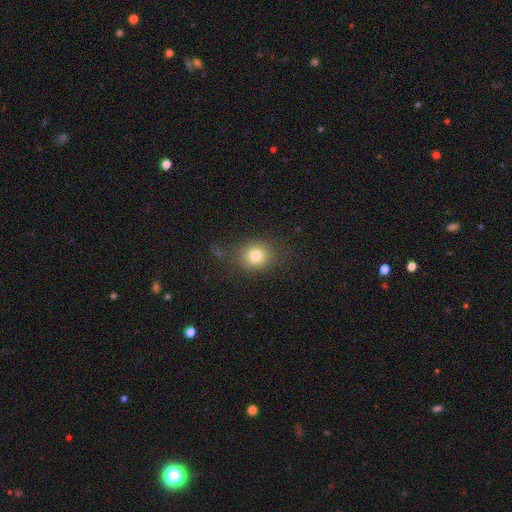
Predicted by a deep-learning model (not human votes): Smooth or featured?
  - smooth: 78% *
  - star or artifact: 13%
  - featured or disk: 9%
How rounded?
  - round: 73% *
  - in between: 26%
  - cigar-shaped: 1%
Merging?
  - none: 77% *
  - minor disturbance: 14%
  - major disturbance: 7%
  - merger: 2%